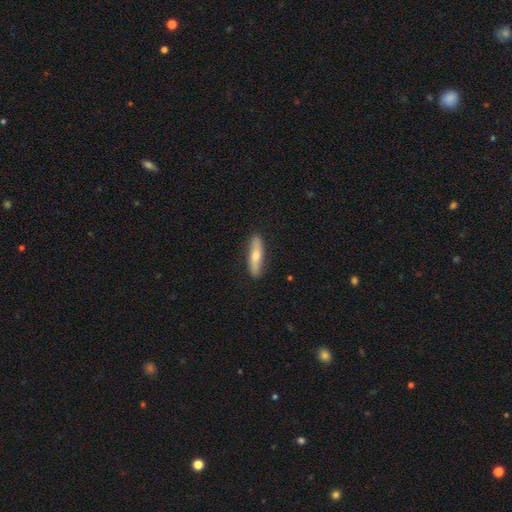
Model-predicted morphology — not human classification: smooth-or-featured: smooth: 59% | featured or disk: 35% | star or artifact: 5%
  how-rounded: cigar-shaped: 72% | in between: 25% | round: 2%
  merging: none: 87% | minor disturbance: 10% | major disturbance: 2% | merger: 1%